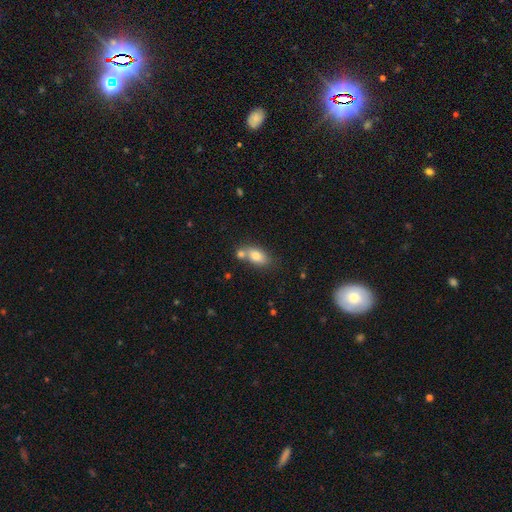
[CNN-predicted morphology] The model was most divided on "merging": none: 50%, merger: 34%, minor disturbance: 13%, major disturbance: 4%. More confident: how rounded — in between (85%); smooth or featured — smooth (77%).